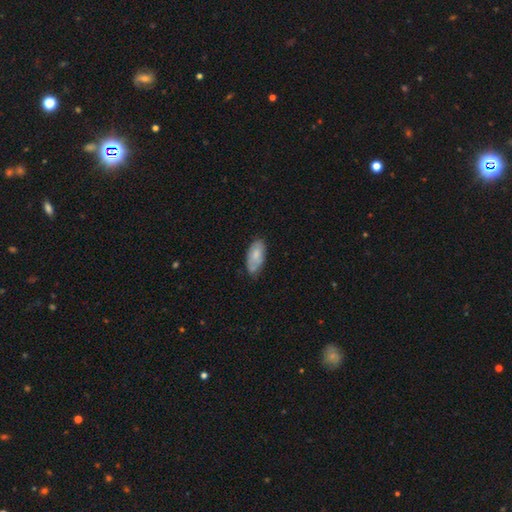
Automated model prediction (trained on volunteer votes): Overall: smooth (68%). How rounded: in between (92%). Merging: none (66%; minor disturbance 27%).